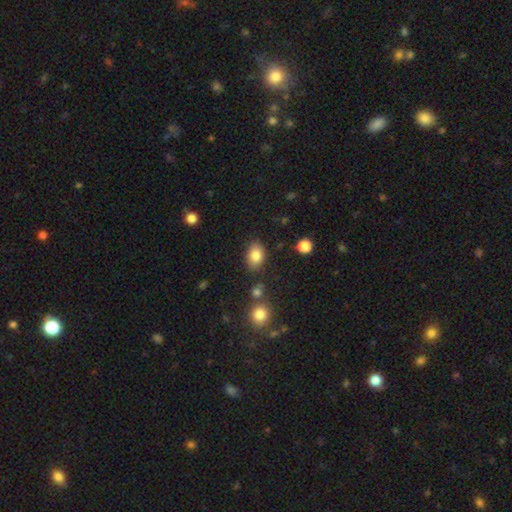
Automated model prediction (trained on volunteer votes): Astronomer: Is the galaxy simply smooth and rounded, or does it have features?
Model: smooth — 84%.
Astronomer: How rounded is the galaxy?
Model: in between — 80%.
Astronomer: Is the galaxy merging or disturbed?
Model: none — 79%.